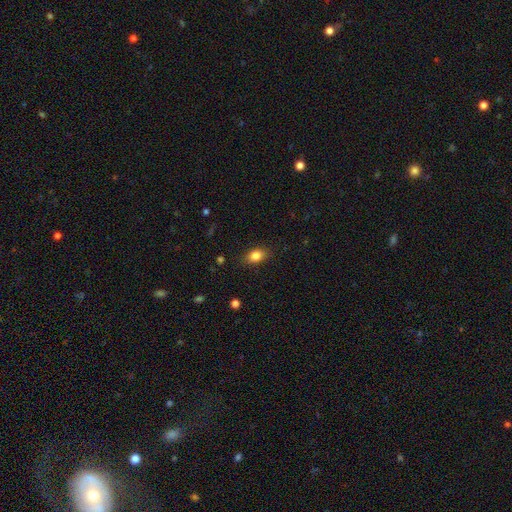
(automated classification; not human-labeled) Q: Smooth or featured?
A: smooth (84%); runner-up: star or artifact (9%)
Q: How rounded?
A: in between (81%); runner-up: round (17%)
Q: Merging?
A: none (85%); runner-up: minor disturbance (12%)